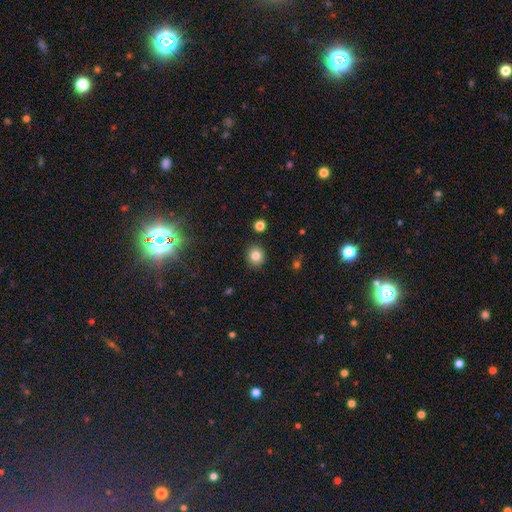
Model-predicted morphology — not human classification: Q: Smooth or featured?
A: smooth (82%); runner-up: star or artifact (12%)
Q: How rounded?
A: round (82%); runner-up: in between (17%)
Q: Merging?
A: none (89%); runner-up: minor disturbance (7%)